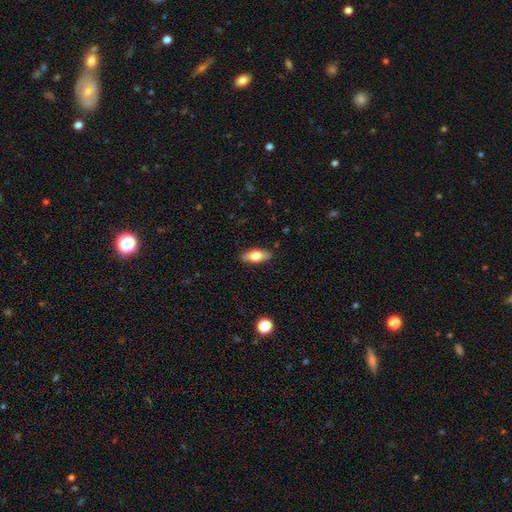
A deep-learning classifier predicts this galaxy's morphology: type=smooth (71%); roundness=in between (79%); merging=none (87%).